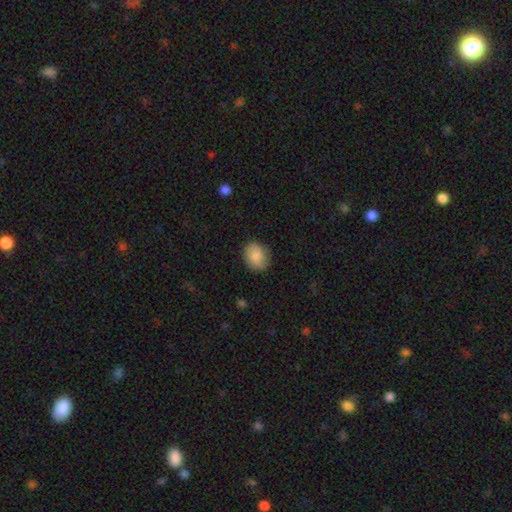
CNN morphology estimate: type=smooth (82%); roundness=round (51%); merging=none (79%).